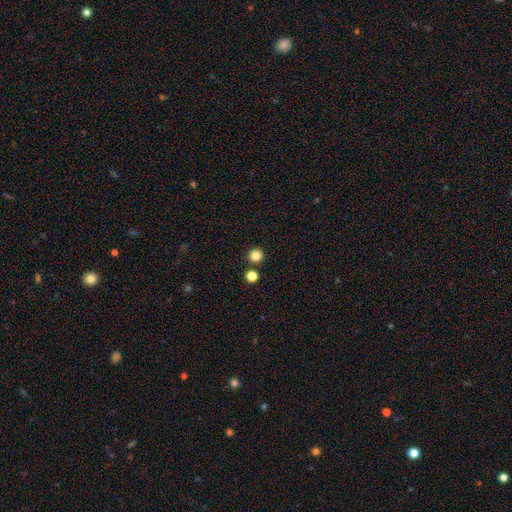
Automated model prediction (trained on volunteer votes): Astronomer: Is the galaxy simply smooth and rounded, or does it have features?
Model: smooth — 83%.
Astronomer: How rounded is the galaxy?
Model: round — 94%.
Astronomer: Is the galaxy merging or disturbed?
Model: none — 88%.